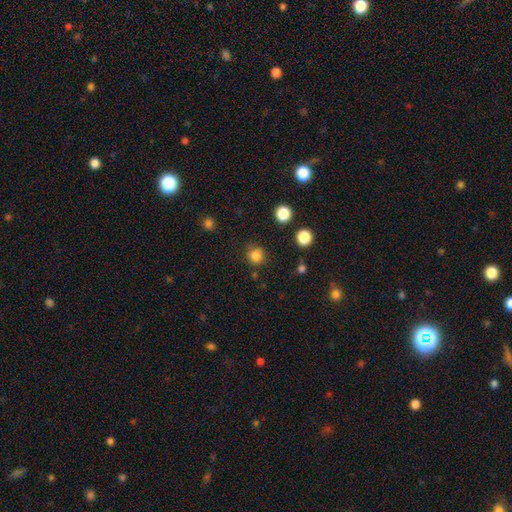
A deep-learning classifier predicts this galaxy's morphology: Smooth or featured: smooth — 81% (star or artifact — 14%)
How rounded: round — 85% (in between — 14%)
Merging: none — 74% (minor disturbance — 17%)